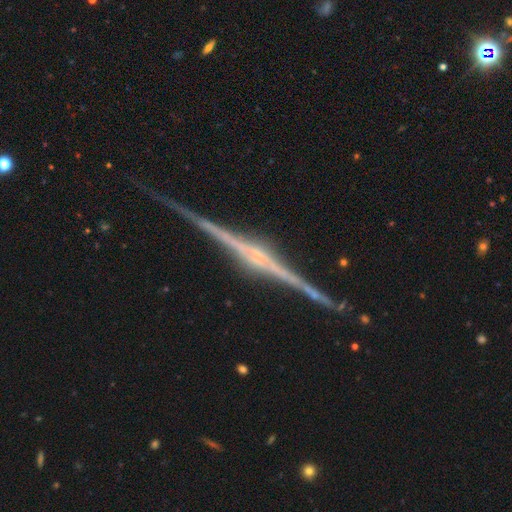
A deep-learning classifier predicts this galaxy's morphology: This is clearly a featured or disk galaxy (91%). It is clearly viewed edge-on (99%). Edge-on bulge: possibly rounded (59%). Merging: clearly none (89%).